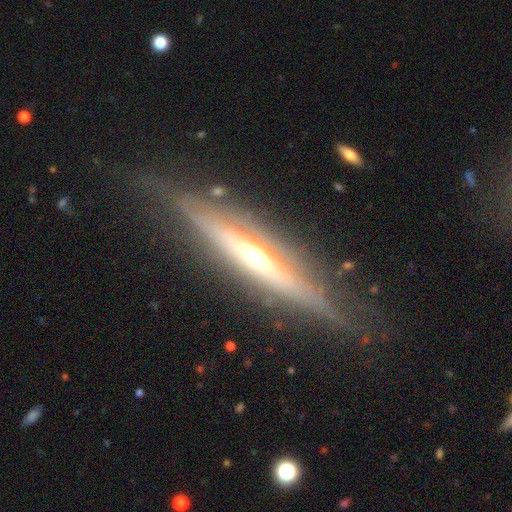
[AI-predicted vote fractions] The model was most divided on "merging": none: 75%, minor disturbance: 16%, major disturbance: 7%, merger: 2%. More confident: edge-on disk — yes (88%); smooth or featured — featured or disk (78%); edge-on bulge — rounded (77%).